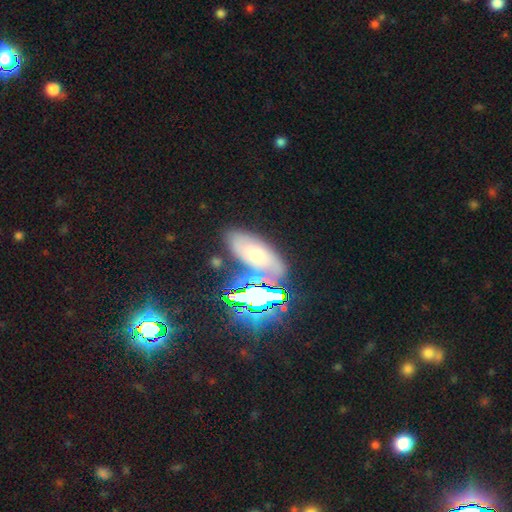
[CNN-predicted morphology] Smooth or featured? smooth (37%)
Merging? none (67%)